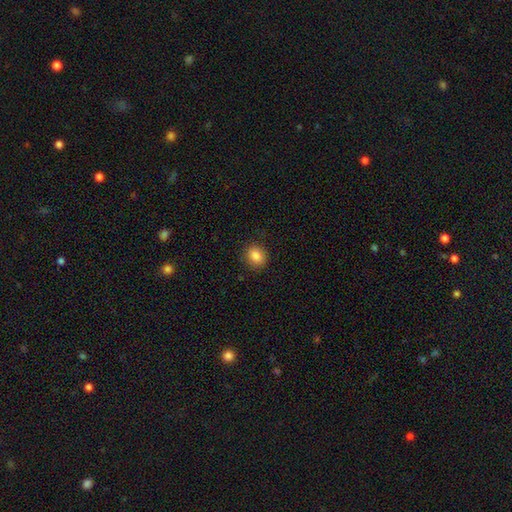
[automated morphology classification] type=smooth (85%); roundness=round (64%); merging=none (89%).